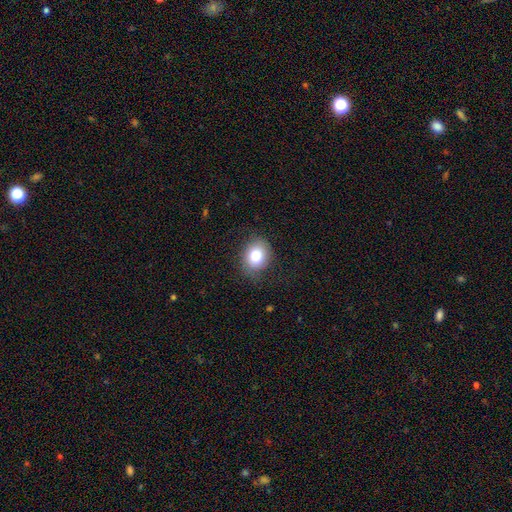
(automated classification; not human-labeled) Morphology: type=smooth (80%); roundness=round (51%); merging=none (79%).